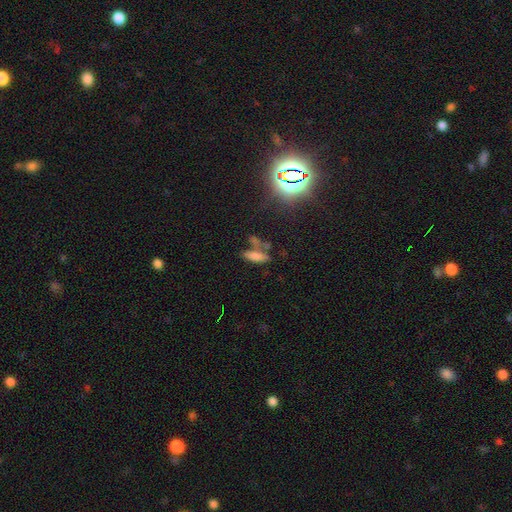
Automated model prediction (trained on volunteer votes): The model was most divided on "how rounded": in between: 54%, cigar-shaped: 42%, round: 4%. Remaining: smooth or featured — smooth (70%); merging — none (50%).